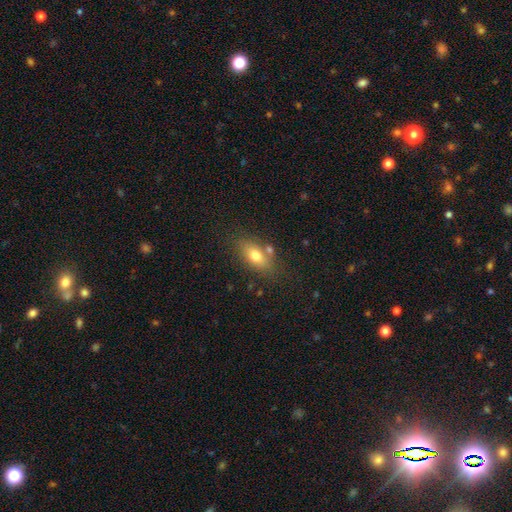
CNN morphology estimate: A smooth galaxy with no disk features (74%) that is in between round and cigar-shaped (83%). Merging: none (72%).